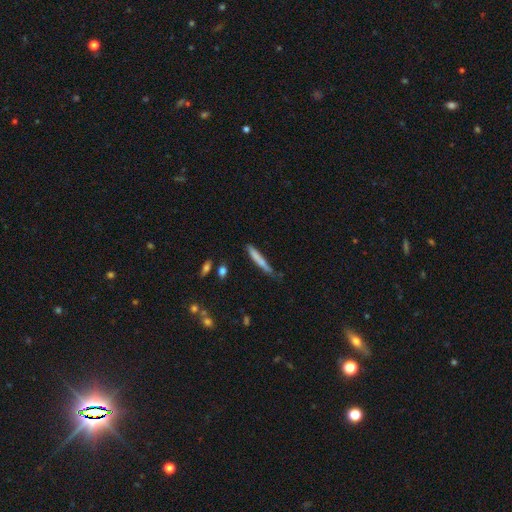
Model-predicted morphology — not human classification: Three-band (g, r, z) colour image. It shows a smooth galaxy with no disk features (66%) that is cigar-shaped (94%). Merging: none (65%).